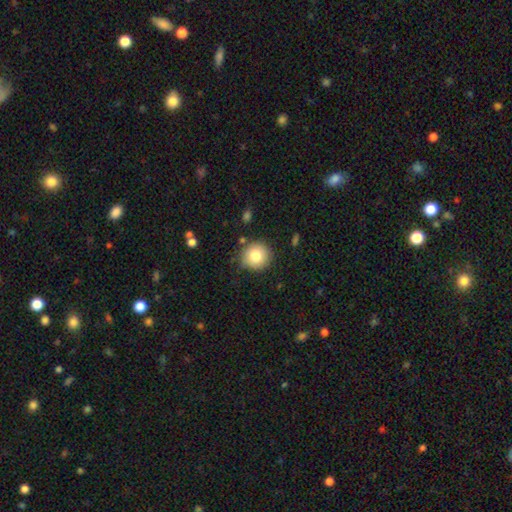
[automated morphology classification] Overall: smooth (81%). How rounded: round (92%). Merging: none (82%).